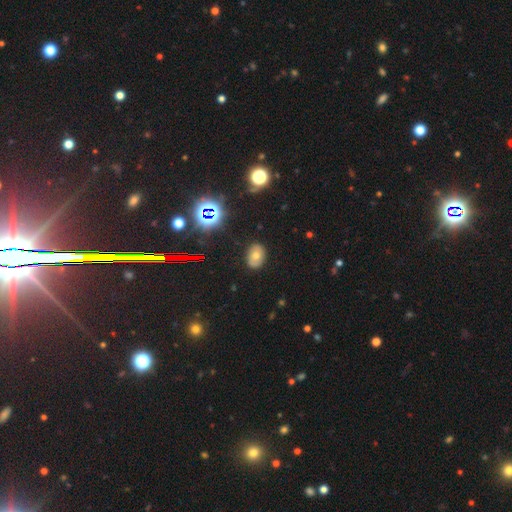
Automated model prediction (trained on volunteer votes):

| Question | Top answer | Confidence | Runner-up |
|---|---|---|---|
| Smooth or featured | smooth | 56% | featured or disk (22%) |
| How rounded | in between | 76% | round (23%) |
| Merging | none | 83% | minor disturbance (13%) |